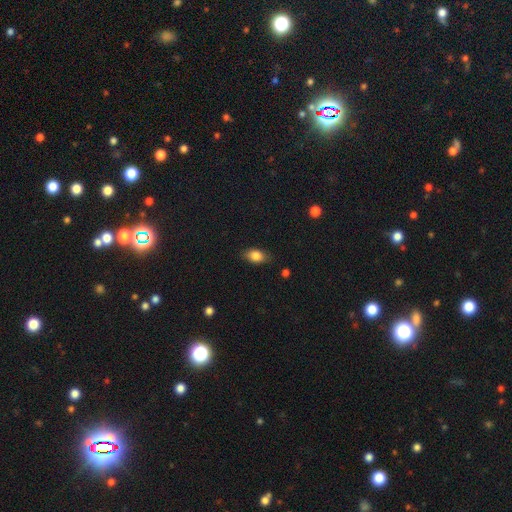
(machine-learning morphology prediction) smooth-or-featured: smooth: 82% | featured or disk: 9% | star or artifact: 9%
  how-rounded: in between: 85% | round: 11% | cigar-shaped: 4%
  merging: none: 80% | minor disturbance: 15% | major disturbance: 3% | merger: 1%